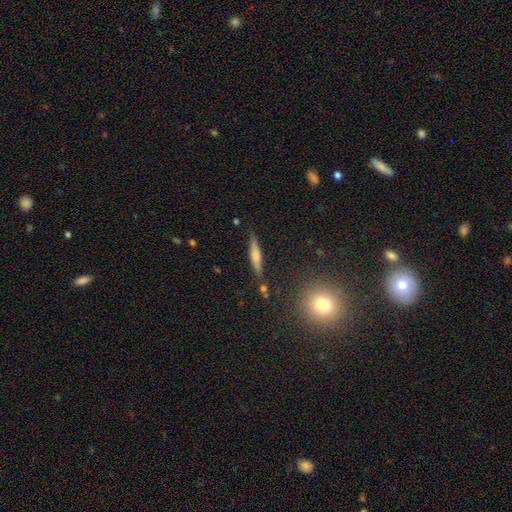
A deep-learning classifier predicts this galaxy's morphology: smooth_or_featured: smooth (p=0.53) [alt: featured or disk p=0.38]
how_rounded: cigar-shaped (p=0.84) [alt: in between p=0.14]
merging: none (p=0.79) [alt: minor disturbance p=0.14]